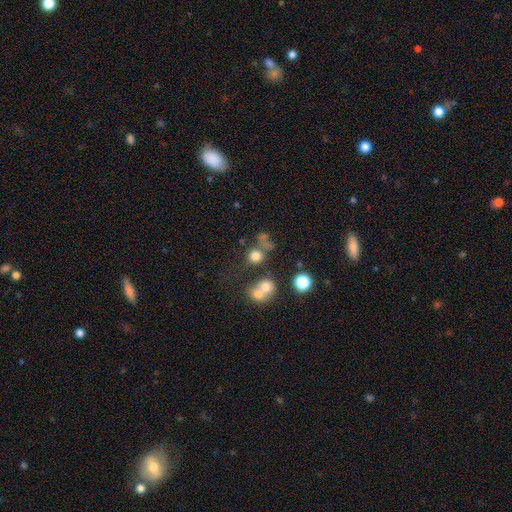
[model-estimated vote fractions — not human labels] This appears to be a smooth galaxy with no disk features (73%) that is round (82%). Merging: none (47%).